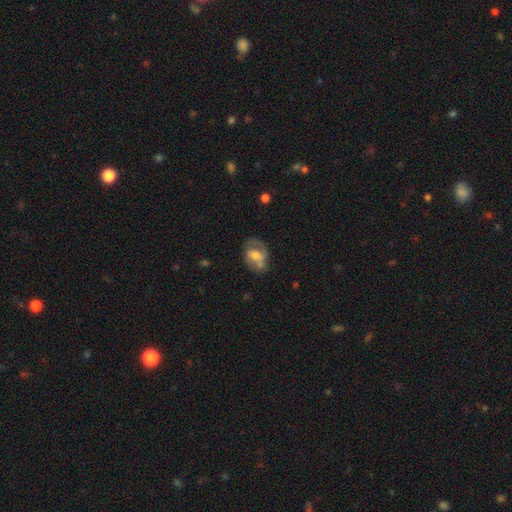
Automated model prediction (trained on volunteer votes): smooth_or_featured: featured or disk (p=0.51) [alt: smooth p=0.42]
disk_edge_on: no (p=0.95) [alt: yes p=0.05]
merging: none (p=0.48) [alt: minor disturbance p=0.26]